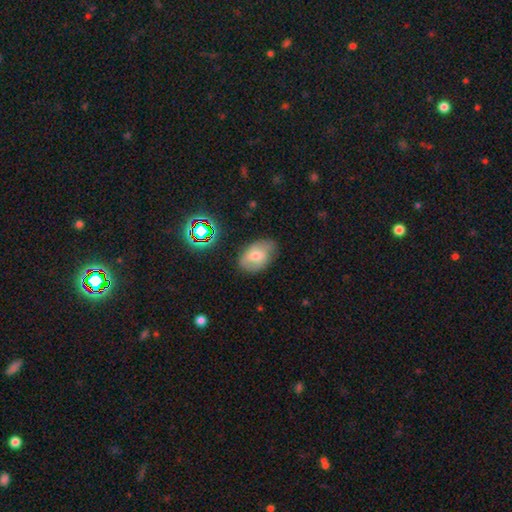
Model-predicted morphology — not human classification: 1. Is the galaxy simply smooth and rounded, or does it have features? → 59% smooth, 30% featured or disk, 11% star or artifact.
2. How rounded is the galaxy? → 86% in between, 12% round, 1% cigar-shaped.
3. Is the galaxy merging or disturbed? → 67% none, 25% minor disturbance, 6% major disturbance, 2% merger.